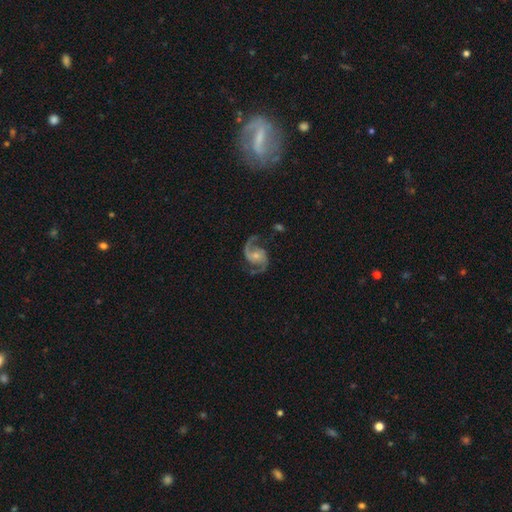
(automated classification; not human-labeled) This appears to be a featured or disk galaxy (91%) with no bar (62%), 2 (94%) medium (52%) spiral arms (98%) and a small central bulge (55%). Merging: none (75%).